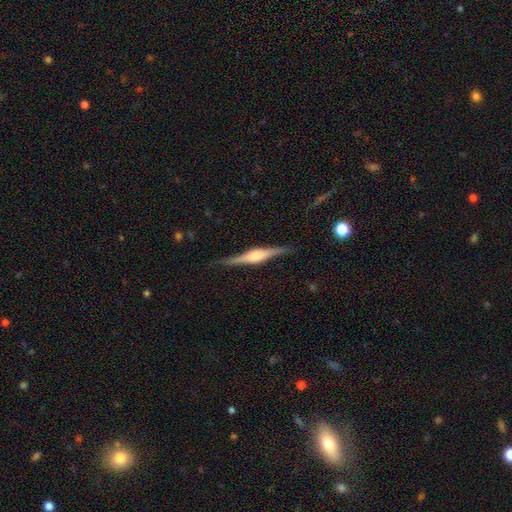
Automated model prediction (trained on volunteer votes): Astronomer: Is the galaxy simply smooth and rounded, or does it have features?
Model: featured or disk — 78%.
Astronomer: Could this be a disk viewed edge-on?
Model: yes — 98%.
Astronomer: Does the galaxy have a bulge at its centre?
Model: rounded — 69%.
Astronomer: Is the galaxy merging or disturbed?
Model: none — 86%.